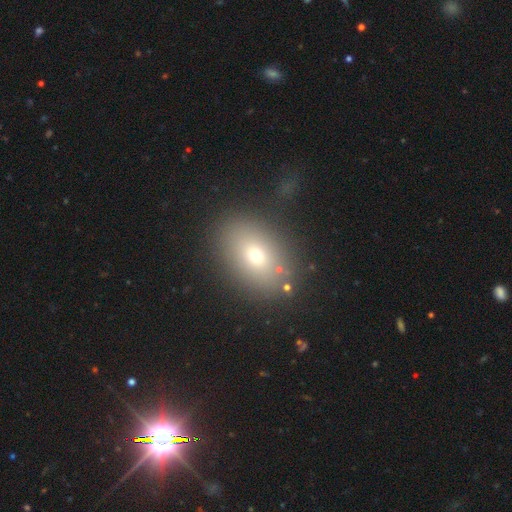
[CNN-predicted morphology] type=smooth (69%); roundness=in between (74%); merging=none (82%).